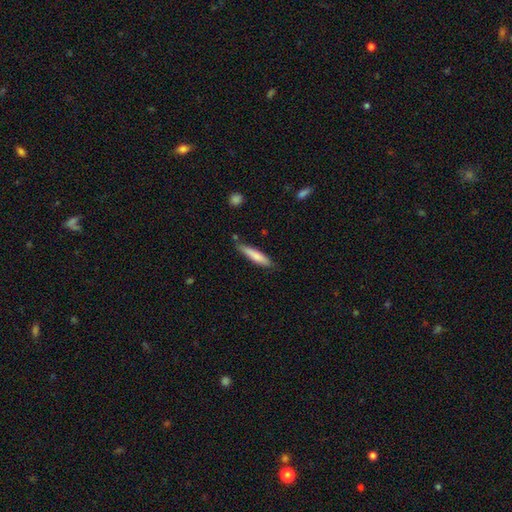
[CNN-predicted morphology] smooth_or_featured: smooth (p=0.77) [alt: featured or disk p=0.17]
how_rounded: cigar-shaped (p=0.86) [alt: in between p=0.12]
merging: none (p=0.75) [alt: minor disturbance p=0.19]